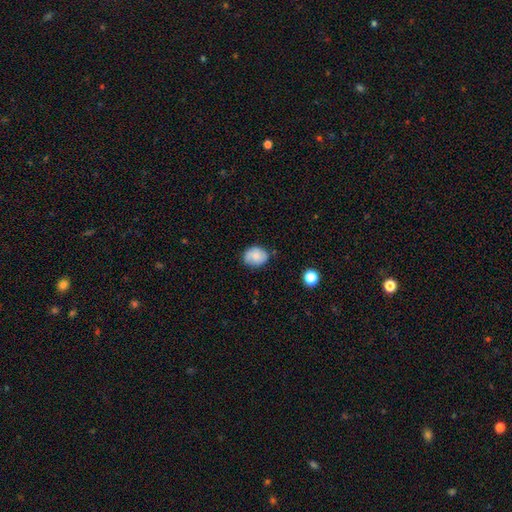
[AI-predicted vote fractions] Overall: smooth (68%). How rounded: in between (52%; round 47%). Merging: none (71%).